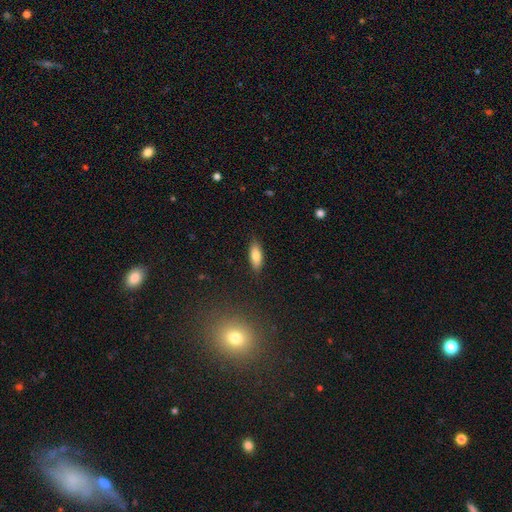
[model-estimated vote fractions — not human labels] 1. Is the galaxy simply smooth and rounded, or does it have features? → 81% smooth, 12% featured or disk, 7% star or artifact.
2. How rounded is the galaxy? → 74% in between, 24% cigar-shaped, 2% round.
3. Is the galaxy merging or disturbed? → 86% none, 11% minor disturbance, 2% major disturbance, 1% merger.